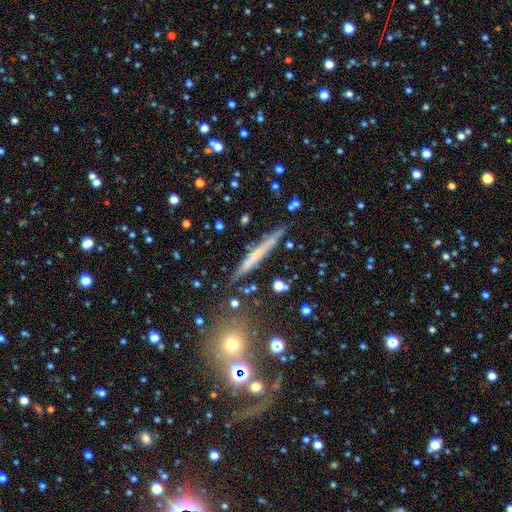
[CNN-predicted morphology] Q: Smooth or featured?
A: featured or disk (45%); runner-up: smooth (44%)
Q: Merging?
A: none (83%); runner-up: minor disturbance (12%)